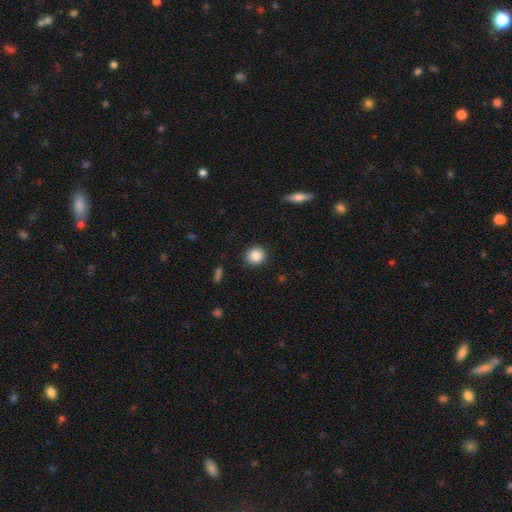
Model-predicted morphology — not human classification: This is clearly a smooth galaxy (87%). How rounded: clearly round (82%). Merging: clearly none (89%).